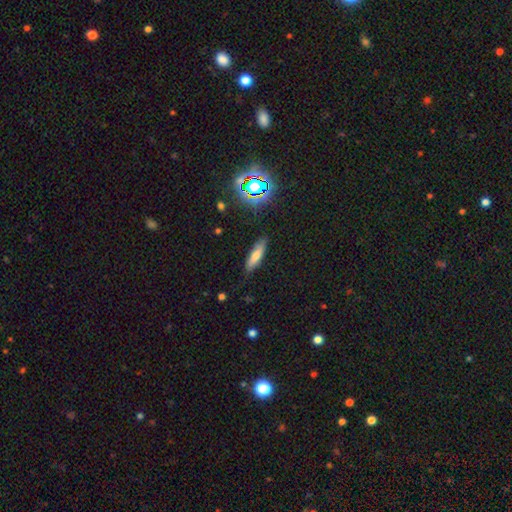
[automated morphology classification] The model was most divided on "how rounded": cigar-shaped: 59%, in between: 38%, round: 2%. More confident: merging — none (80%); smooth or featured — smooth (66%).